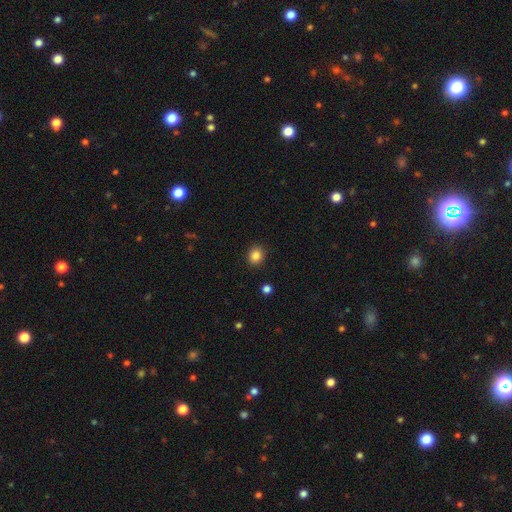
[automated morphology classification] A smooth galaxy with no disk features (85%) that is round (77%). Merging: none (90%).